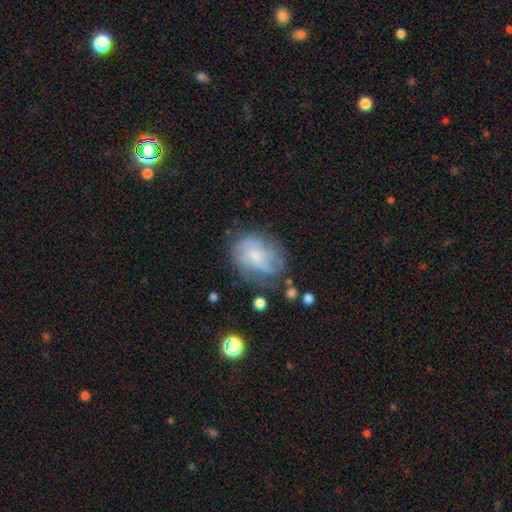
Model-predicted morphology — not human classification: Smooth or featured?
  - featured or disk: 64% *
  - smooth: 27%
  - star or artifact: 9%
Edge-on disk?
  - no: 97% *
  - yes: 3%
Bar?
  - no: 66% *
  - weak: 30%
  - strong: 4%
Spiral arms?
  - yes: 84% *
  - no: 16%
Spiral winding?
  - medium: 42% *
  - tight: 35%
  - loose: 23%
Spiral arm count?
  - can't tell: 40% *
  - 2: 21%
  - 3: 19%
  - 4: 10%
  - 1: 5%
  - more than 4: 5%
Bulge size?
  - small: 61% *
  - moderate: 23%
  - none: 12%
  - large: 3%
  - dominant: 1%
Merging?
  - none: 60% *
  - minor disturbance: 23%
  - major disturbance: 14%
  - merger: 3%